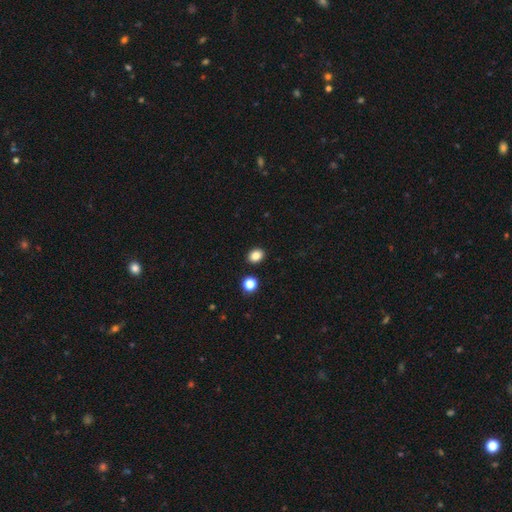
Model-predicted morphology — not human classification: The model was most divided on "how rounded": in between: 51%, round: 48%, cigar-shaped: 1%. More confident: merging — none (88%); smooth or featured — smooth (84%).